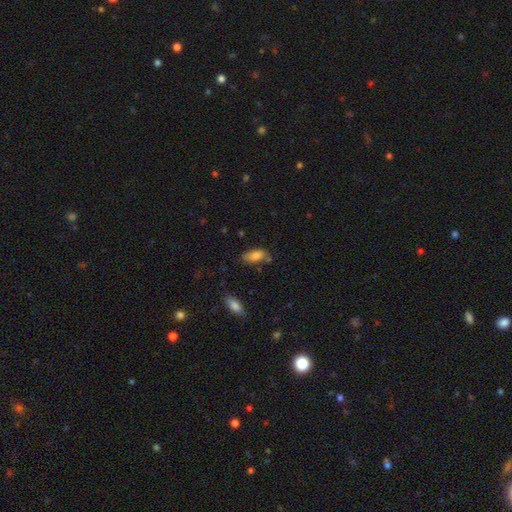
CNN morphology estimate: Smooth or featured? Predicted: smooth (p=0.82). How rounded? Predicted: in between (p=0.88). Merging? Predicted: none (p=0.64).